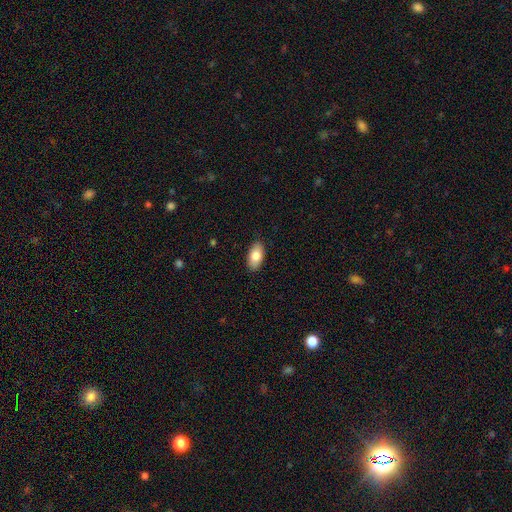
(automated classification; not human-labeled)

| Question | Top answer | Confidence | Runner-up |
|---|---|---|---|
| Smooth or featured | smooth | 83% | featured or disk (10%) |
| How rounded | in between | 94% | cigar-shaped (3%) |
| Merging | none | 89% | minor disturbance (9%) |